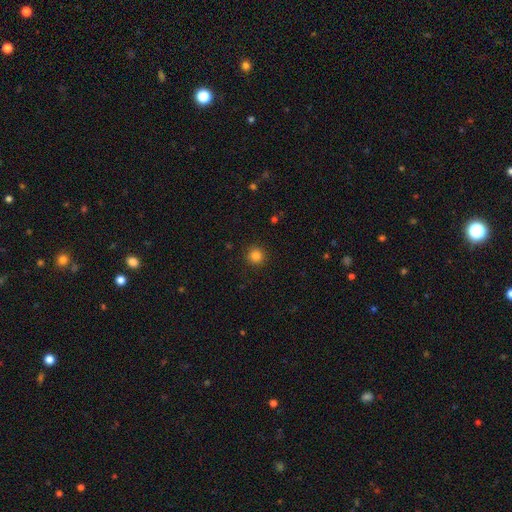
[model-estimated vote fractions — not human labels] Overall: smooth (84%). How rounded: round (95%). Merging: none (92%).